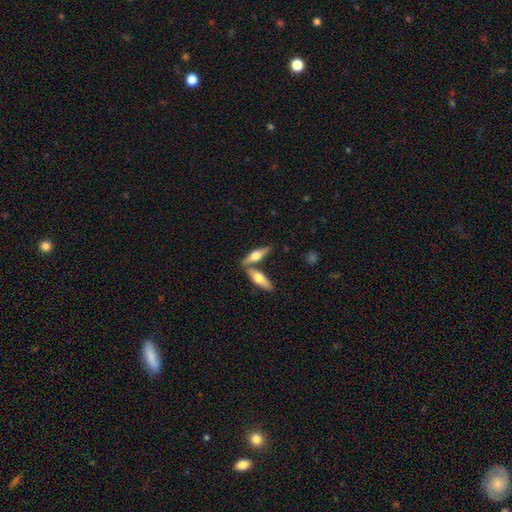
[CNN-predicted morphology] A featured or disk galaxy (57%) viewed edge-on (94%) with a rounded central bulge (94%).

Vote fractions:
- Smooth or featured? featured or disk: 57% / smooth: 38% / star or artifact: 5%
- Edge-on disk? yes: 94% / no: 6%
- Edge-on bulge? rounded: 94% / boxy: 4% / none: 2%
- Merging? none: 57% / merger: 31% / minor disturbance: 9% / major disturbance: 3%